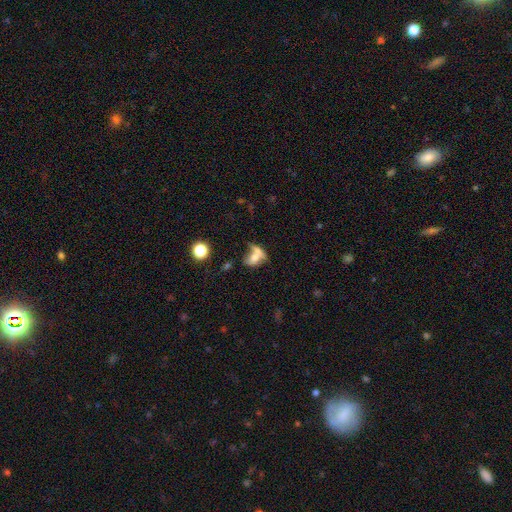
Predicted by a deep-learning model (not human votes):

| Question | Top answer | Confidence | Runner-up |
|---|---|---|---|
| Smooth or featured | smooth | 61% | featured or disk (27%) |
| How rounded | in between | 67% | round (24%) |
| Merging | merger | 51% | none (25%) |